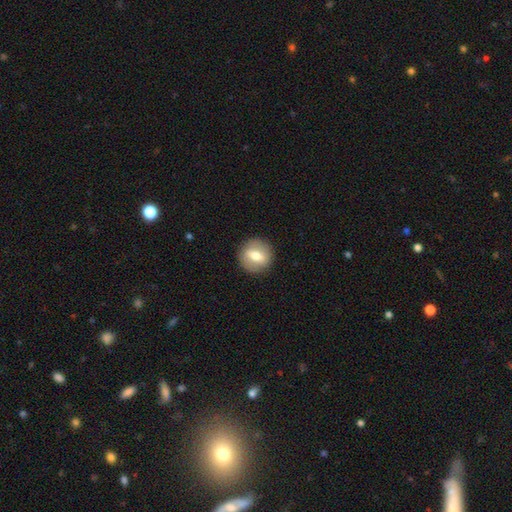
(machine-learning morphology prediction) Smooth or featured? Predicted: smooth (p=0.57). How rounded? Predicted: round (p=0.87). Merging? Predicted: none (p=0.89).